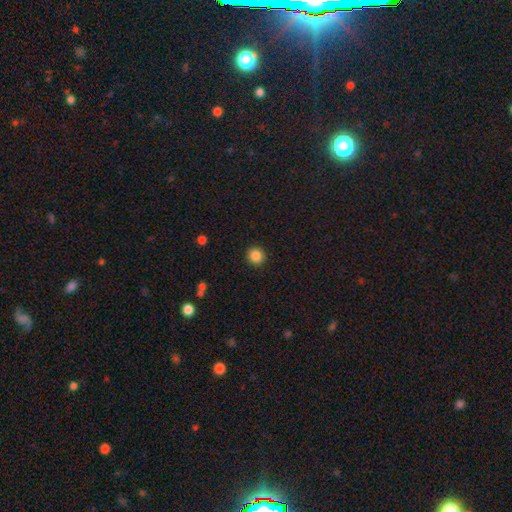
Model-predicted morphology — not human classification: Smooth or featured: smooth — 86% (star or artifact — 10%)
How rounded: round — 93% (in between — 6%)
Merging: none — 92% (minor disturbance — 5%)